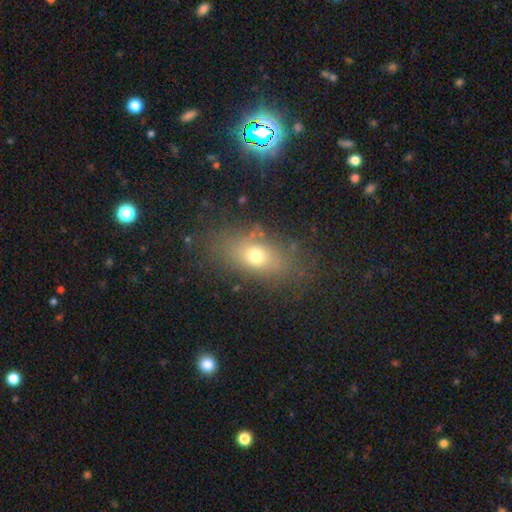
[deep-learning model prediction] Smooth or featured? Predicted: smooth (p=0.68). How rounded? Predicted: in between (p=0.76). Merging? Predicted: none (p=0.79).